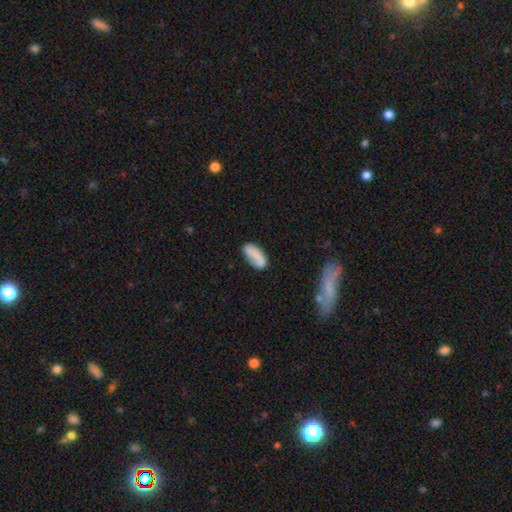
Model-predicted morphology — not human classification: Smooth or featured?
  - smooth: 74% *
  - featured or disk: 18%
  - star or artifact: 8%
How rounded?
  - in between: 87% *
  - cigar-shaped: 11%
  - round: 3%
Merging?
  - none: 64% *
  - minor disturbance: 23%
  - major disturbance: 8%
  - merger: 4%